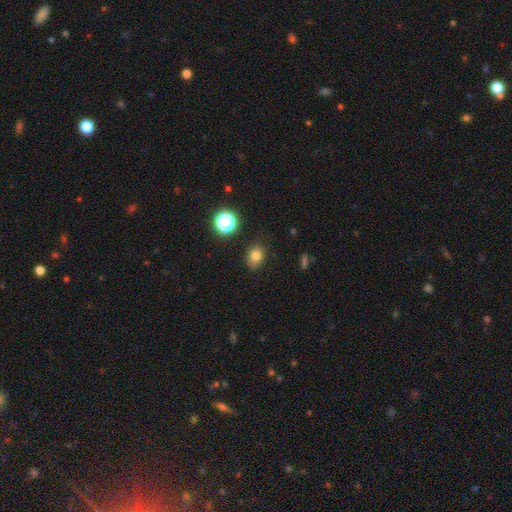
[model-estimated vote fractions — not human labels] This appears to be a smooth galaxy with no disk features (78%) that is in between round and cigar-shaped (56%). Merging: none (82%).